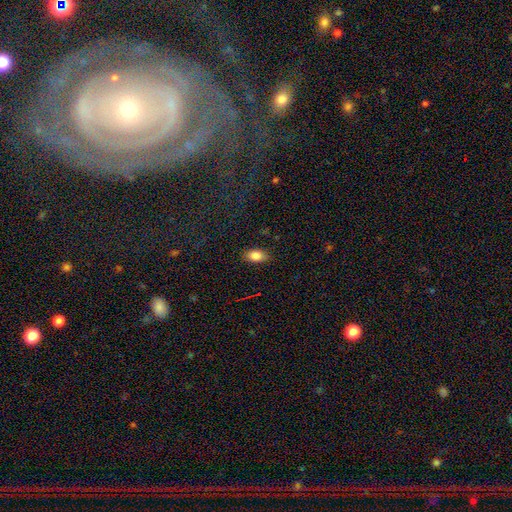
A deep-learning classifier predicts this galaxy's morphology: Smooth or featured? smooth (84%)
How rounded? in between (90%)
Merging? none (86%)